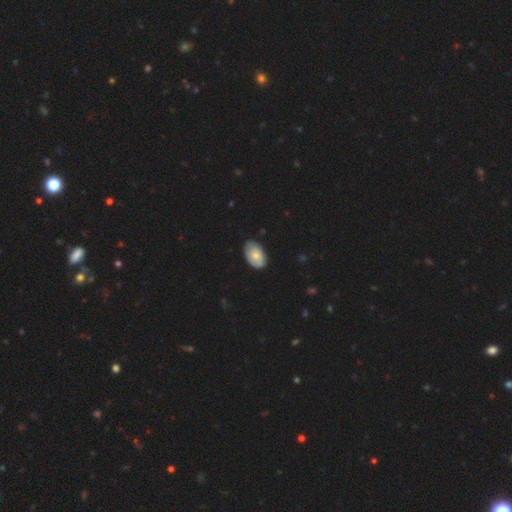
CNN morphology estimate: Smooth or featured?
  - smooth: 72% *
  - featured or disk: 22%
  - star or artifact: 6%
How rounded?
  - in between: 92% *
  - round: 7%
  - cigar-shaped: 1%
Merging?
  - none: 79% *
  - minor disturbance: 17%
  - major disturbance: 2%
  - merger: 1%